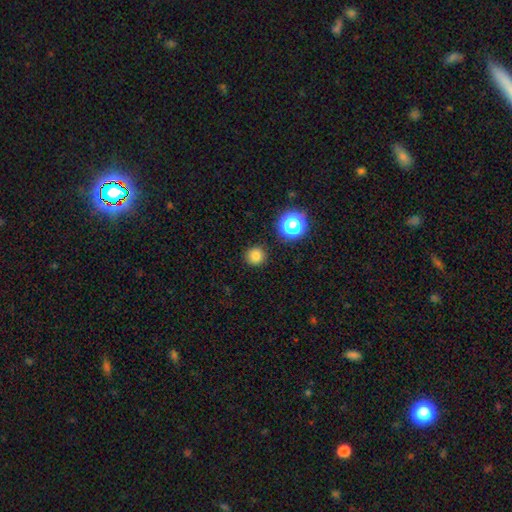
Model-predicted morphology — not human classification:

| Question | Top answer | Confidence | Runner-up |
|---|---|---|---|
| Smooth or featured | smooth | 81% | star or artifact (15%) |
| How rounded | round | 93% | in between (6%) |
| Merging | none | 89% | minor disturbance (7%) |